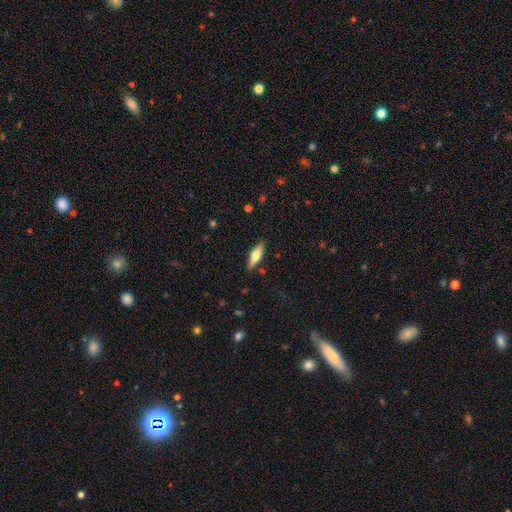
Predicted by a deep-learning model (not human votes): smooth 53%, featured or disk 41%, star or artifact 6%. Down the decision tree: how rounded — cigar-shaped (54%); merging — none (88%).